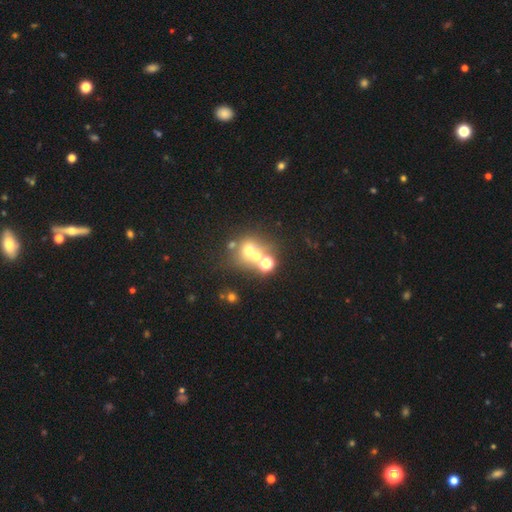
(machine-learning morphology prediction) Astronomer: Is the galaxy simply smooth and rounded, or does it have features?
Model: smooth — 52%.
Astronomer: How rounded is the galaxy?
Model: round — 79%.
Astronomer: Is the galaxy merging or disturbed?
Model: none — 46% (runner-up: merger, 40%).